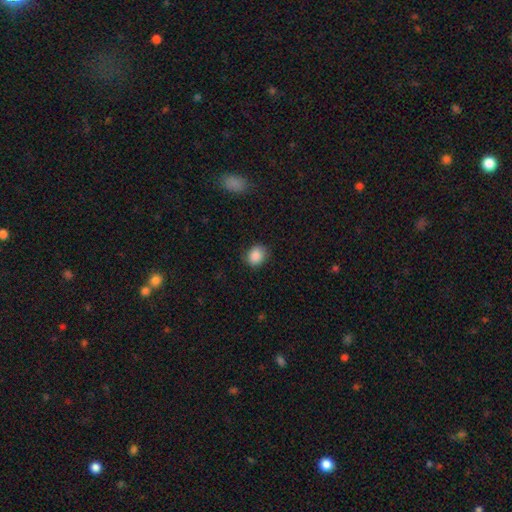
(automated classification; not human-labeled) Smooth or featured: smooth — 88% (star or artifact — 8%)
How rounded: round — 59% (in between — 40%)
Merging: none — 81% (minor disturbance — 14%)